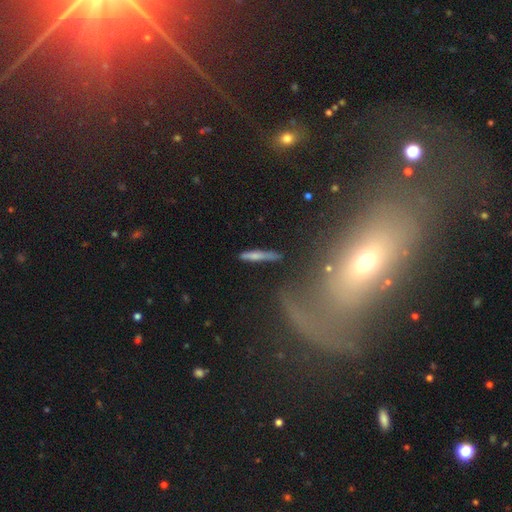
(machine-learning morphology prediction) The model was most divided on "smooth or featured": smooth: 64%, featured or disk: 27%, star or artifact: 8%. More confident: how rounded — cigar-shaped (92%); merging — none (76%).